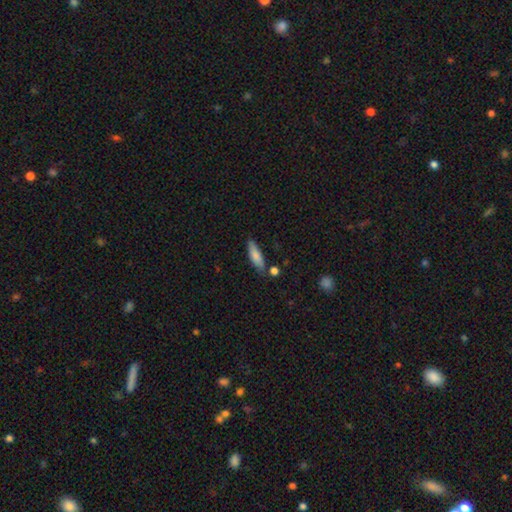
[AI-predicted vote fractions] Q: Smooth or featured?
A: smooth (79%); runner-up: featured or disk (14%)
Q: How rounded?
A: cigar-shaped (55%); runner-up: in between (43%)
Q: Merging?
A: none (75%); runner-up: minor disturbance (15%)